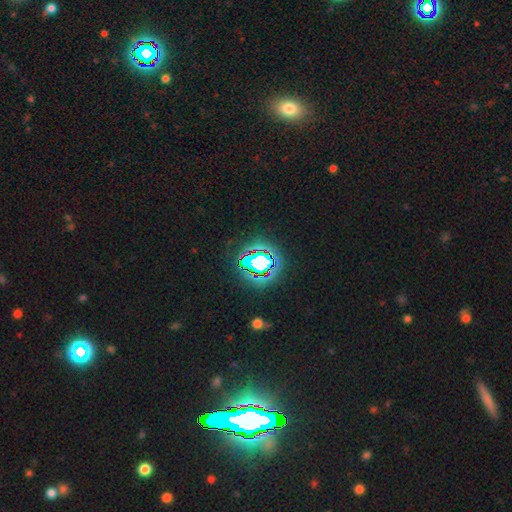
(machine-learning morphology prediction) star or artifact 76%, smooth 14%, featured or disk 10%.